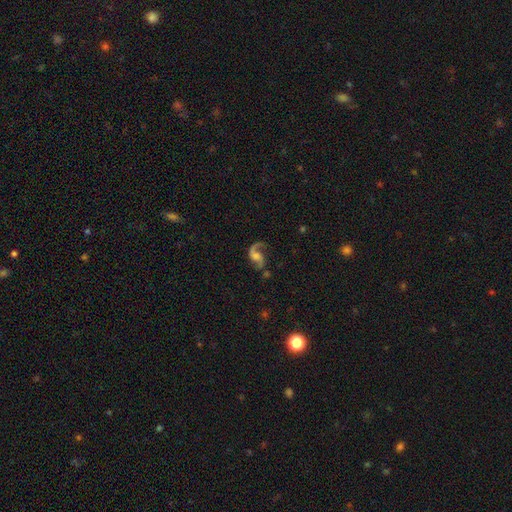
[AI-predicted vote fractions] This appears to be a featured or disk galaxy (86%) with no bar (56%), 2 (81%) loose (65%) spiral arms (96%) and a moderate central bulge (39%). Merging: none (60%).